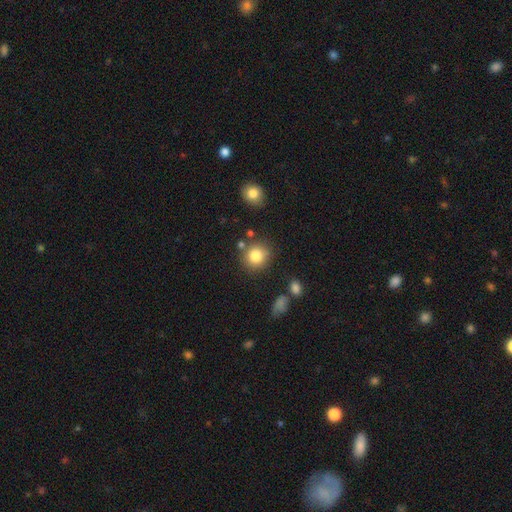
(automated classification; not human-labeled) Overall: smooth (83%). How rounded: round (85%). Merging: none (77%).